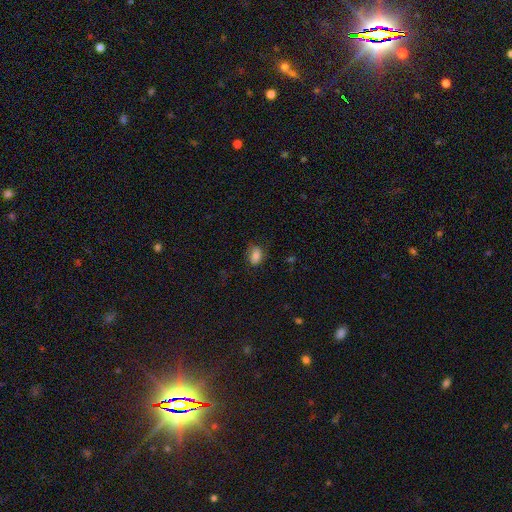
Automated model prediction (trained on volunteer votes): Morphology: type=smooth (79%); roundness=in between (75%); merging=none (71%).